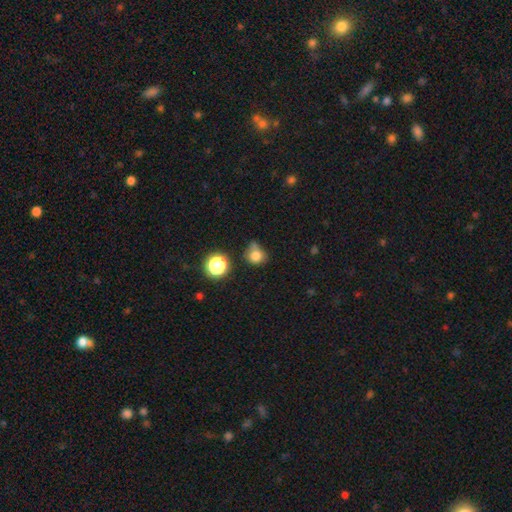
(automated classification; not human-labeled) smooth-or-featured: smooth: 78% | star or artifact: 14% | featured or disk: 8%
  how-rounded: round: 79% | in between: 20% | cigar-shaped: 1%
  merging: none: 51% | minor disturbance: 26% | merger: 14% | major disturbance: 9%